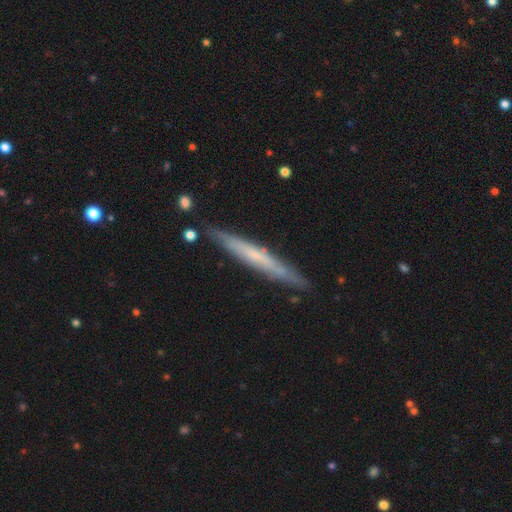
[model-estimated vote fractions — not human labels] This appears to be a featured or disk galaxy (54%) viewed edge-on (92%). Merging: none (86%).